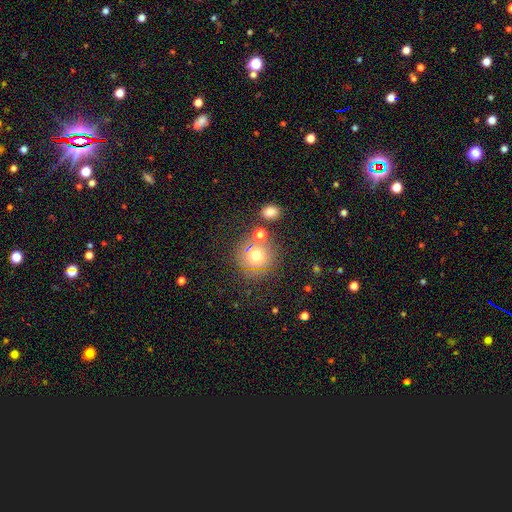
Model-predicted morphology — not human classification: smooth-or-featured: smooth: 66% | featured or disk: 17% | star or artifact: 17%
  how-rounded: round: 91% | in between: 8% | cigar-shaped: 1%
  merging: none: 69% | merger: 14% | minor disturbance: 11% | major disturbance: 6%